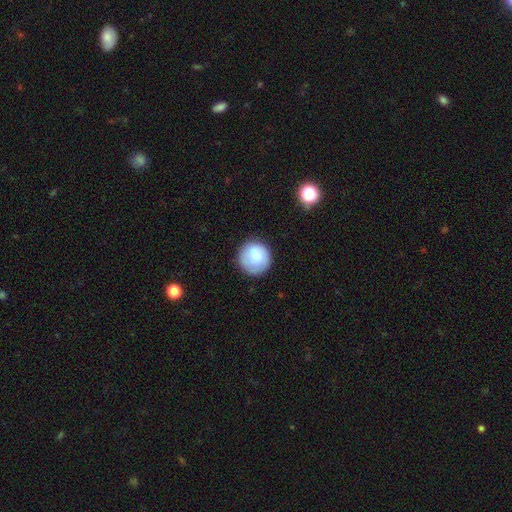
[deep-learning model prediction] A smooth galaxy with no disk features (81%) that is round (94%).

Vote fractions:
- Smooth or featured? smooth: 81% / featured or disk: 12% / star or artifact: 7%
- How rounded? round: 94% / in between: 5% / cigar-shaped: 1%
- Merging? none: 83% / minor disturbance: 12% / major disturbance: 3% / merger: 1%